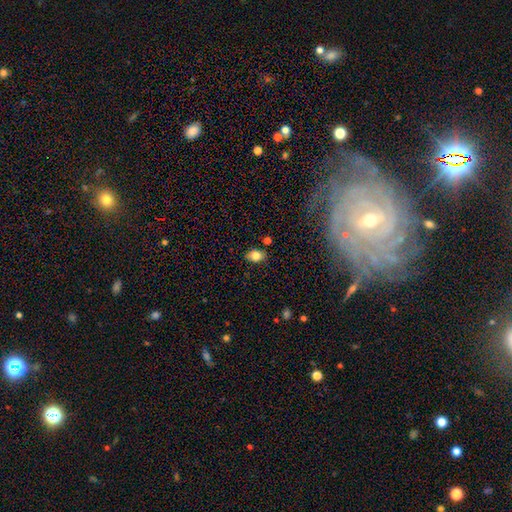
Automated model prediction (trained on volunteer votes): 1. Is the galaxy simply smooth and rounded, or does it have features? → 82% smooth, 10% star or artifact, 8% featured or disk.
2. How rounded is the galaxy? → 74% in between, 25% round, 1% cigar-shaped.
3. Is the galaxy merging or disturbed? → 83% none, 12% minor disturbance, 3% merger, 2% major disturbance.